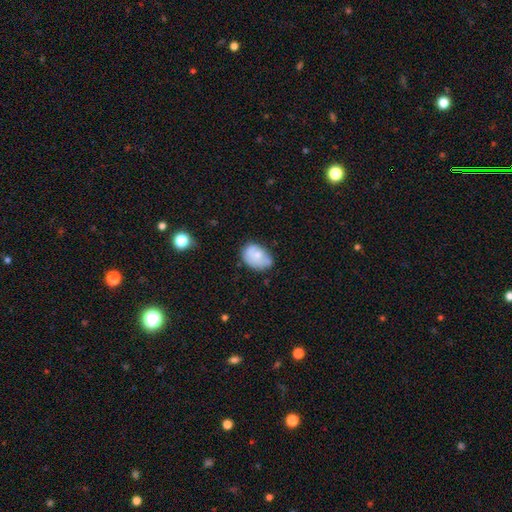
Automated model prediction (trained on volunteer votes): smooth-or-featured: smooth: 71% | featured or disk: 21% | star or artifact: 8%
  how-rounded: in between: 79% | round: 20% | cigar-shaped: 1%
  merging: none: 53% | minor disturbance: 33% | major disturbance: 9% | merger: 5%